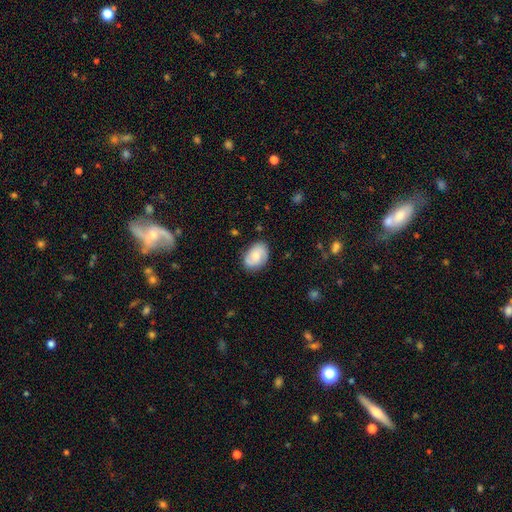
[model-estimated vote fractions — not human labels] smooth 50%, featured or disk 43%, star or artifact 7%. Down the decision tree: how rounded — in between (78%); merging — none (78%).